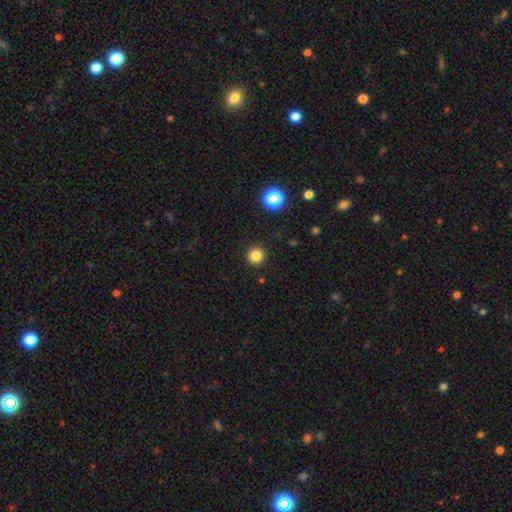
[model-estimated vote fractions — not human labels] The model was most divided on "smooth or featured": smooth: 81%, star or artifact: 15%, featured or disk: 5%. More confident: how rounded — round (95%); merging — none (92%).